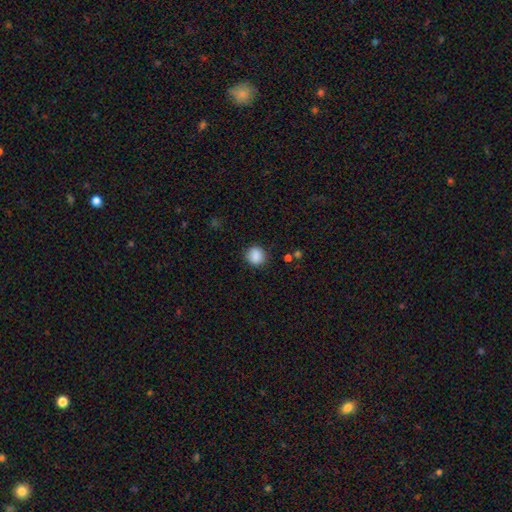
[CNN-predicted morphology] Overall: smooth (88%). How rounded: round (84%). Merging: none (86%).